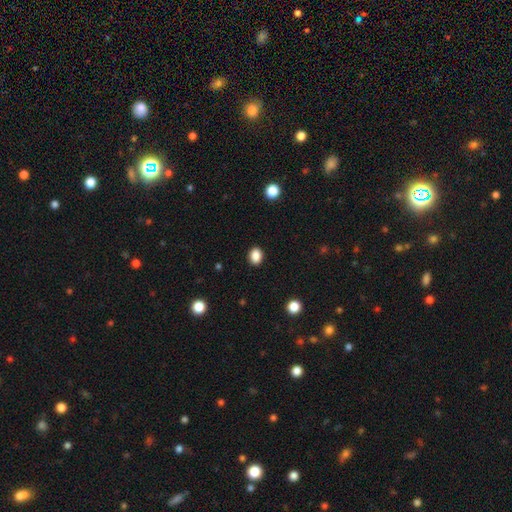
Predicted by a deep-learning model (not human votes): Smooth or featured: smooth — 87% (star or artifact — 10%)
How rounded: in between — 59% (round — 40%)
Merging: none — 90% (minor disturbance — 7%)